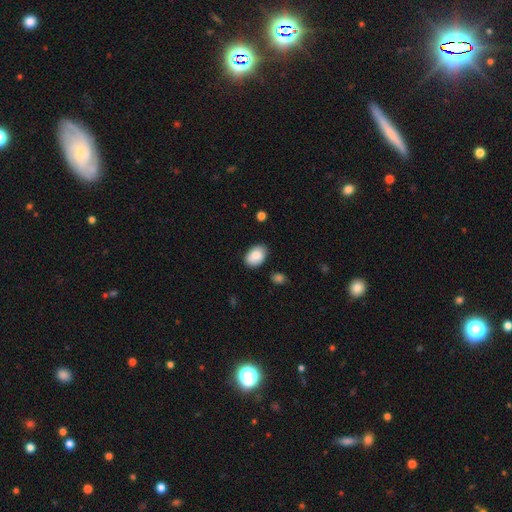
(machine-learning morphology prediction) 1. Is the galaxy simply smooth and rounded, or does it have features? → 87% smooth, 7% star or artifact, 7% featured or disk.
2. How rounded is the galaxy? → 85% in between, 14% round, 1% cigar-shaped.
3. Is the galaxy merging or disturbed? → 79% none, 16% minor disturbance, 3% major disturbance, 2% merger.